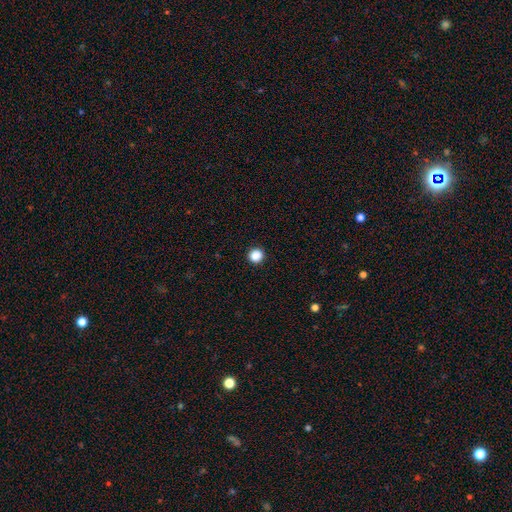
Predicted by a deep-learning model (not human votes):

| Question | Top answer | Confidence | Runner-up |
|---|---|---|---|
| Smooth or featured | smooth | 87% | star or artifact (10%) |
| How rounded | round | 94% | in between (5%) |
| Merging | none | 93% | minor disturbance (4%) |